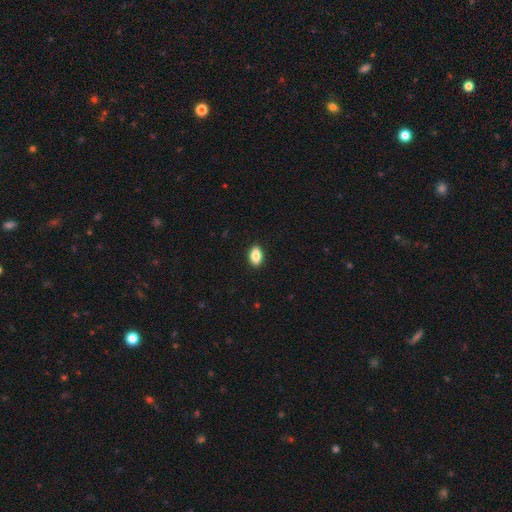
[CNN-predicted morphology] Q: Smooth or featured?
A: smooth (85%); runner-up: star or artifact (8%)
Q: How rounded?
A: in between (89%); runner-up: round (9%)
Q: Merging?
A: none (91%); runner-up: minor disturbance (7%)